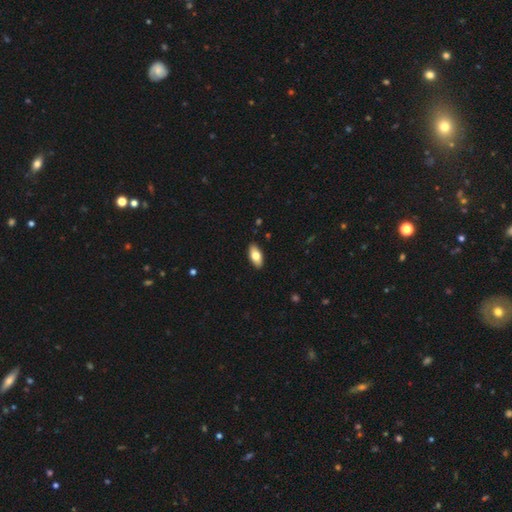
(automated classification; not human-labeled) Q: Smooth or featured?
A: smooth (74%); runner-up: featured or disk (20%)
Q: How rounded?
A: in between (90%); runner-up: cigar-shaped (7%)
Q: Merging?
A: none (90%); runner-up: minor disturbance (7%)